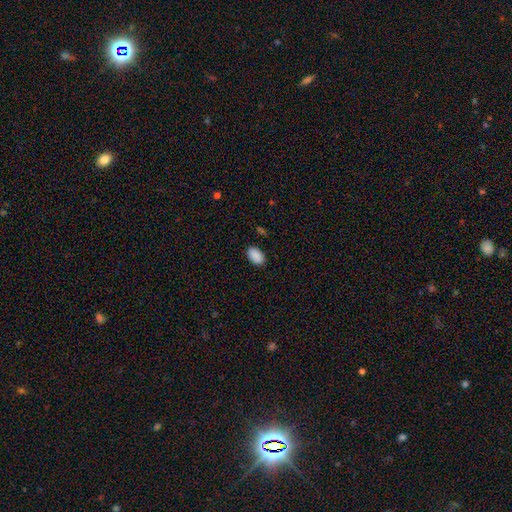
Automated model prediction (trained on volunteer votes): Smooth or featured? Predicted: smooth (p=0.90). How rounded? Predicted: in between (p=0.92). Merging? Predicted: none (p=0.87).